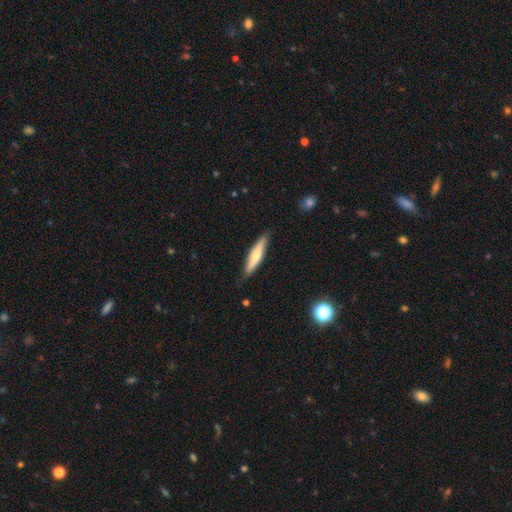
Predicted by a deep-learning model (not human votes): Morphology: type=smooth (64%); roundness=cigar-shaped (79%); merging=none (83%).